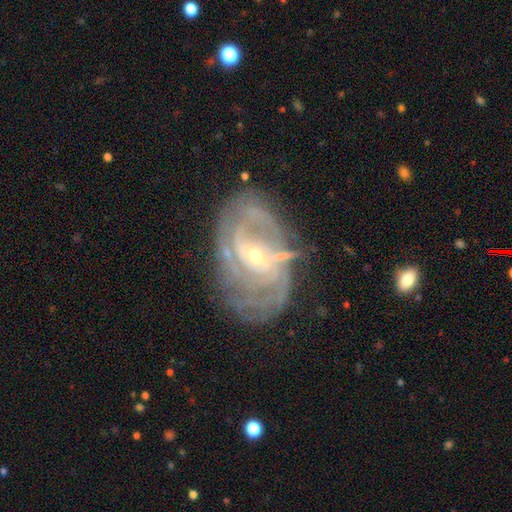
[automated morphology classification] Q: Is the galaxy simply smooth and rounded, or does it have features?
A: featured or disk — 87%.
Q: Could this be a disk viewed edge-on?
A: no — 96%.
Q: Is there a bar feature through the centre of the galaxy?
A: no — 43%.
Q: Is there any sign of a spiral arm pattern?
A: yes — 94%.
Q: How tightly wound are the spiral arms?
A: tight — 55%.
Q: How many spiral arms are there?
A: can't tell — 31%.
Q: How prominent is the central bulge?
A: small — 78%.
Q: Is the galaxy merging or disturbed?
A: none — 64%.